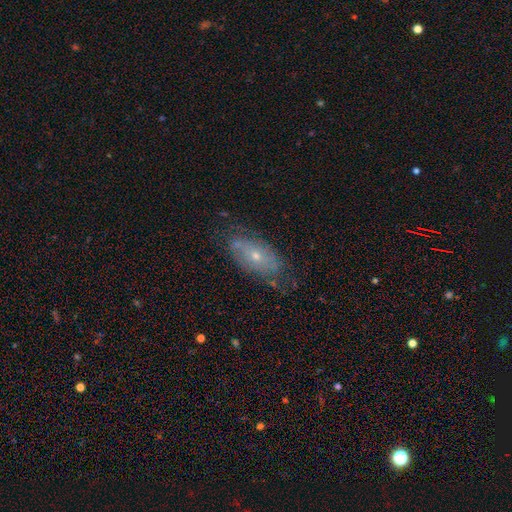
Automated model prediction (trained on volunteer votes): Smooth or featured?
  - featured or disk: 57% *
  - smooth: 34%
  - star or artifact: 9%
Edge-on disk?
  - no: 86% *
  - yes: 14%
Merging?
  - none: 65% *
  - minor disturbance: 24%
  - major disturbance: 9%
  - merger: 2%